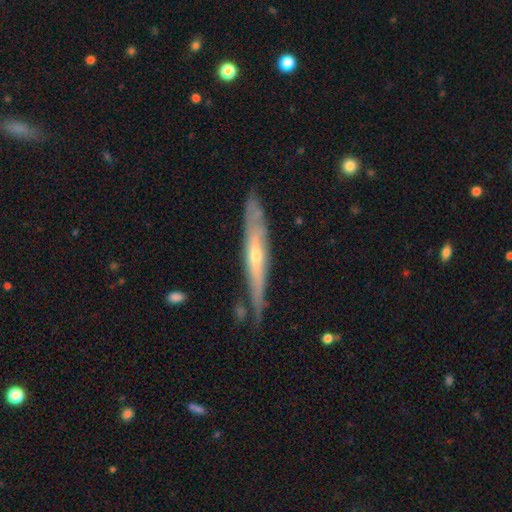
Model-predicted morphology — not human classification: The model was most divided on "edge-on bulge": rounded: 69%, none: 28%, boxy: 3%. More confident: edge-on disk — yes (83%); merging — none (76%); smooth or featured — featured or disk (71%).